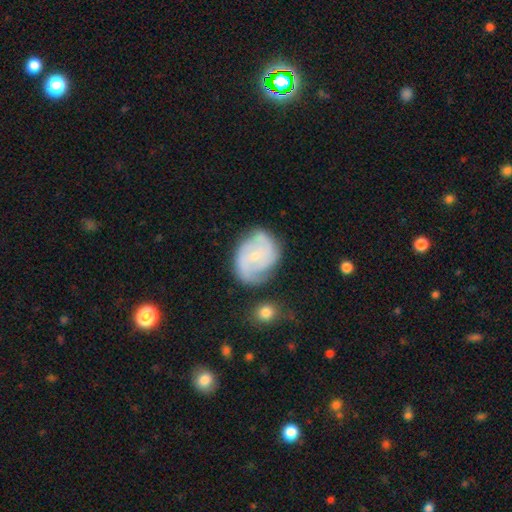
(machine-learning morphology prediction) smooth-or-featured: featured or disk: 71% | smooth: 22% | star or artifact: 6%
  disk-edge-on: no: 98% | yes: 2%
    bar: no: 65% | weak: 30% | strong: 5%
    has-spiral-arms: yes: 89% | no: 11%
      spiral-winding: tight: 47% | medium: 39% | loose: 14%
      spiral-arm-count: 2: 38% | can't tell: 30% | 3: 19% | 4: 5% | 1: 5% | more than 4: 4%
    bulge-size: small: 76% | moderate: 18% | none: 4% | large: 1% | dominant: 1%
  merging: none: 63% | minor disturbance: 24% | major disturbance: 9% | merger: 4%